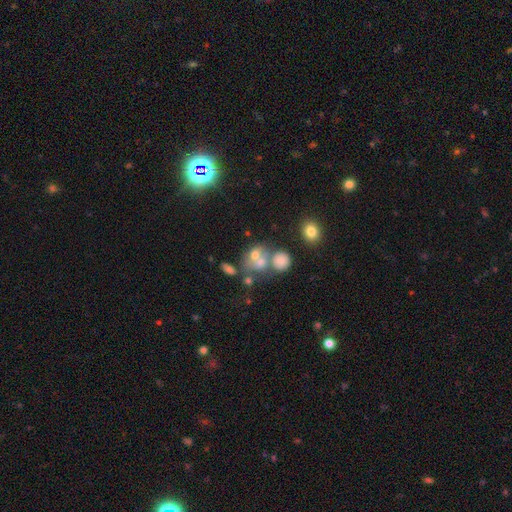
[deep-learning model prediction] smooth_or_featured: smooth (p=0.52) [alt: featured or disk p=0.24]
how_rounded: round (p=0.63) [alt: in between p=0.35]
merging: merger (p=0.48) [alt: none p=0.34]